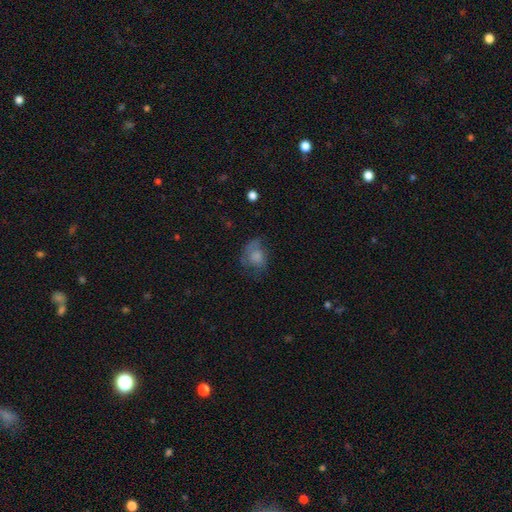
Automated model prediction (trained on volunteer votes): This is likely a smooth galaxy (67%). How rounded: possibly in between (52%). Merging: marginally none (41%).